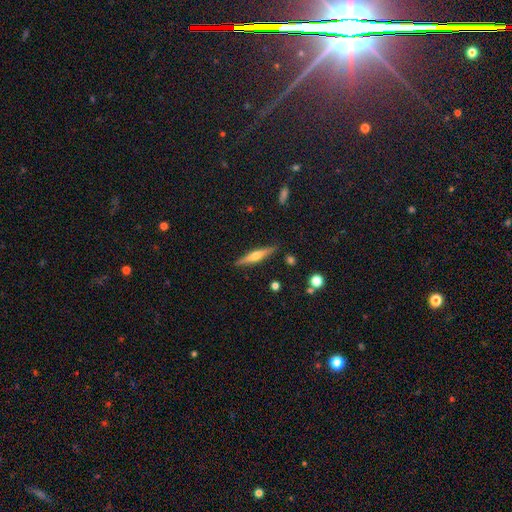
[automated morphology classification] smooth_or_featured: featured or disk (p=0.57) [alt: smooth p=0.36]
disk_edge_on: yes (p=0.96) [alt: no p=0.04]
edge_on_bulge: rounded (p=0.83) [alt: none p=0.10]
merging: none (p=0.89) [alt: minor disturbance p=0.08]